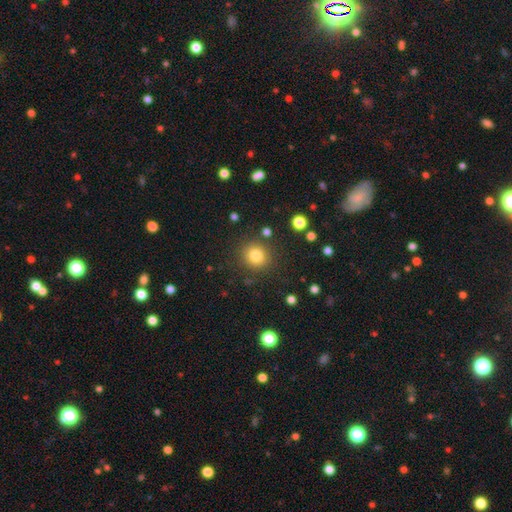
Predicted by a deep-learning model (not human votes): Q: Smooth or featured?
A: smooth (81%); runner-up: star or artifact (13%)
Q: How rounded?
A: round (91%); runner-up: in between (8%)
Q: Merging?
A: none (87%); runner-up: minor disturbance (7%)